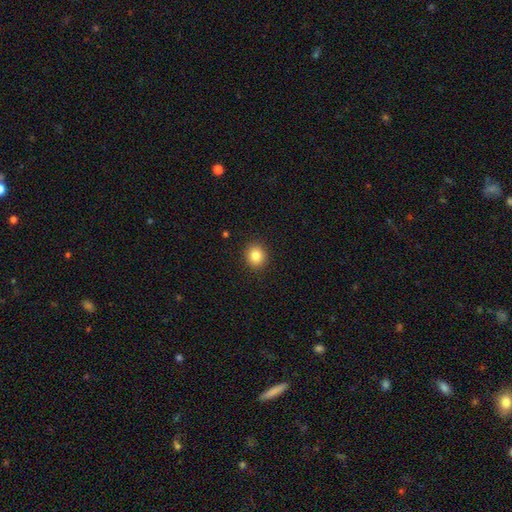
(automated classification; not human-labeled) Smooth or featured?
  - smooth: 84% *
  - star or artifact: 10%
  - featured or disk: 6%
How rounded?
  - round: 84% *
  - in between: 15%
  - cigar-shaped: 1%
Merging?
  - none: 91% *
  - minor disturbance: 6%
  - major disturbance: 2%
  - merger: 1%